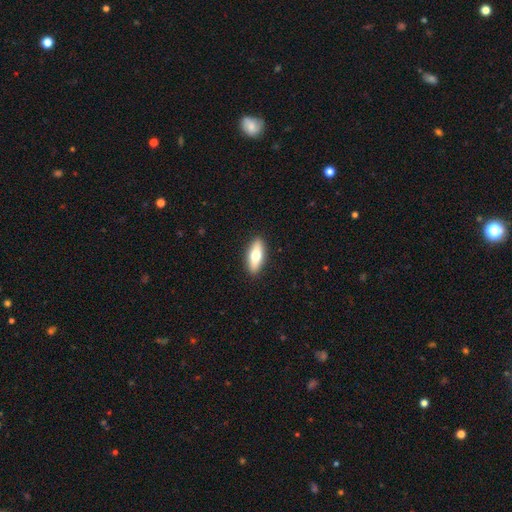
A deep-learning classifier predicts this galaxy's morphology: Q: Smooth or featured?
A: smooth (65%); runner-up: featured or disk (29%)
Q: How rounded?
A: in between (65%); runner-up: cigar-shaped (32%)
Q: Merging?
A: none (91%); runner-up: minor disturbance (7%)